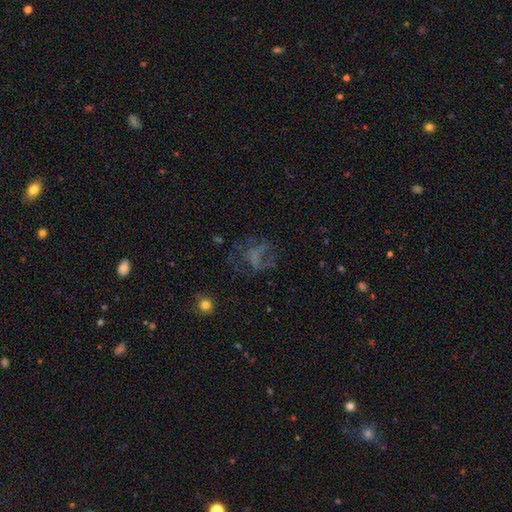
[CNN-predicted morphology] This is possibly a featured or disk galaxy (47%). Merging: marginally none (43%).